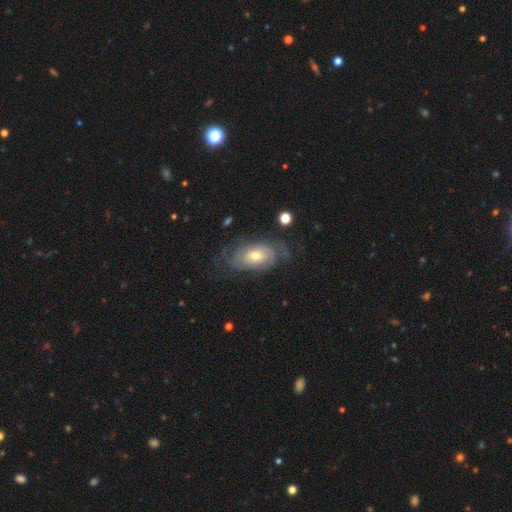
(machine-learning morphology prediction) The model was most divided on "bulge size": moderate: 59%, small: 35%, large: 4%, none: 1%, dominant: 1%. More confident: edge-on disk — no (92%); bar — no (76%); spiral arms — yes (72%); smooth or featured — featured or disk (60%); merging — none (59%).